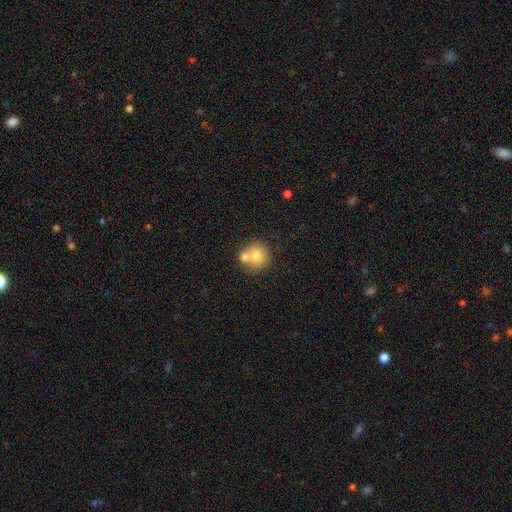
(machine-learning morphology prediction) Smooth or featured? smooth (72%)
How rounded? round (89%)
Merging? none (48%)